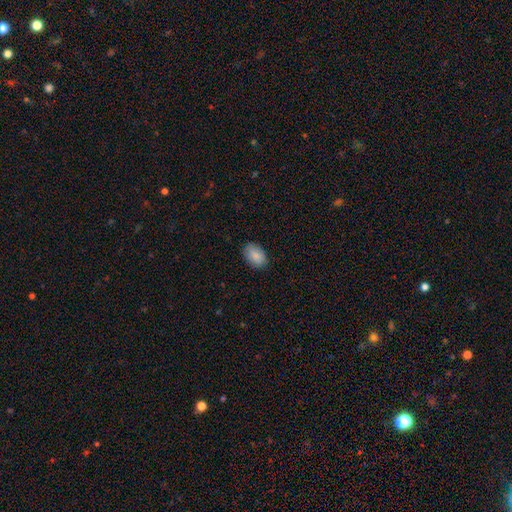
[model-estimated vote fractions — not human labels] Q: Smooth or featured?
A: smooth (88%); runner-up: star or artifact (7%)
Q: How rounded?
A: in between (89%); runner-up: round (9%)
Q: Merging?
A: none (86%); runner-up: minor disturbance (10%)